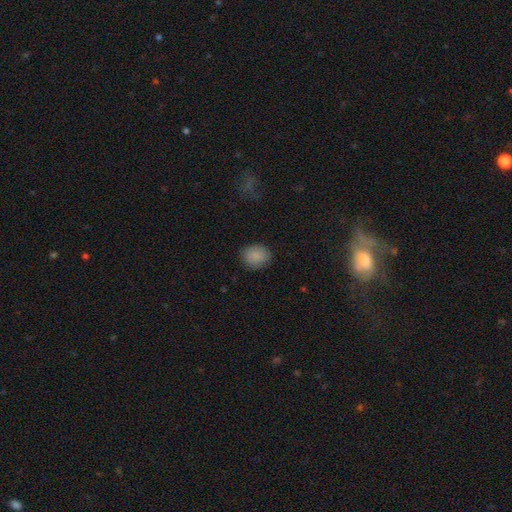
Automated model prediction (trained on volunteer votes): Smooth or featured? smooth (87%)
How rounded? round (63%)
Merging? none (84%)